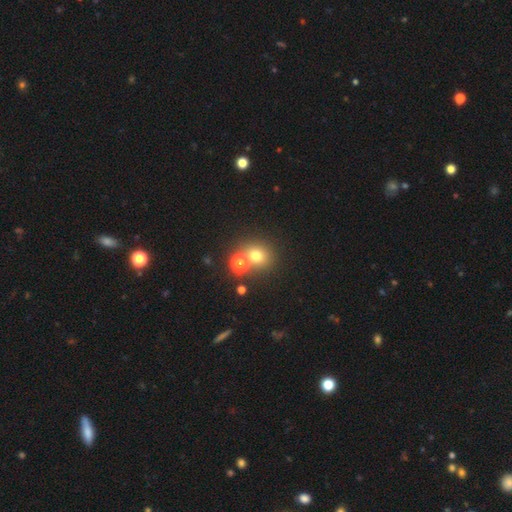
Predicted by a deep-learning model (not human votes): Q: Smooth or featured?
A: smooth (70%); runner-up: star or artifact (19%)
Q: How rounded?
A: round (84%); runner-up: in between (15%)
Q: Merging?
A: none (59%); runner-up: merger (31%)